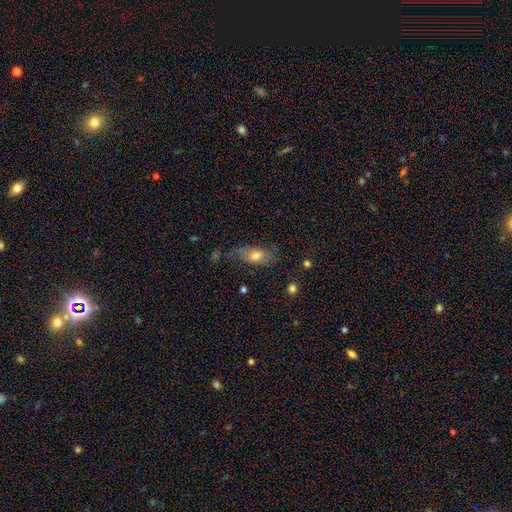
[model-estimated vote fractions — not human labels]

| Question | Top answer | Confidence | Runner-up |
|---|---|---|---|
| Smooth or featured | smooth | 57% | featured or disk (33%) |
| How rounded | in between | 86% | round (8%) |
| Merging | none | 50% | minor disturbance (26%) |